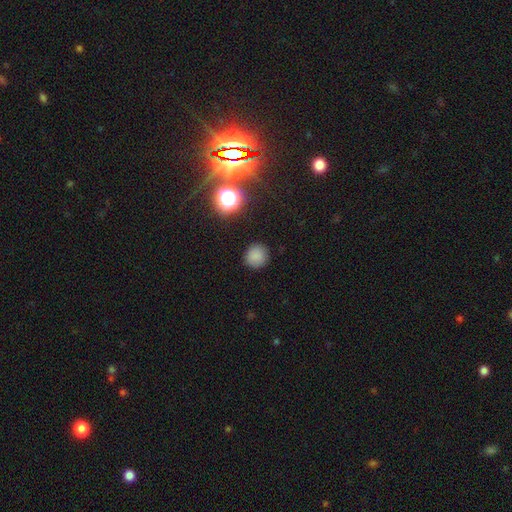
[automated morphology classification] smooth 81%, star or artifact 15%, featured or disk 4%. Down the decision tree: how rounded — round (91%); merging — none (88%).